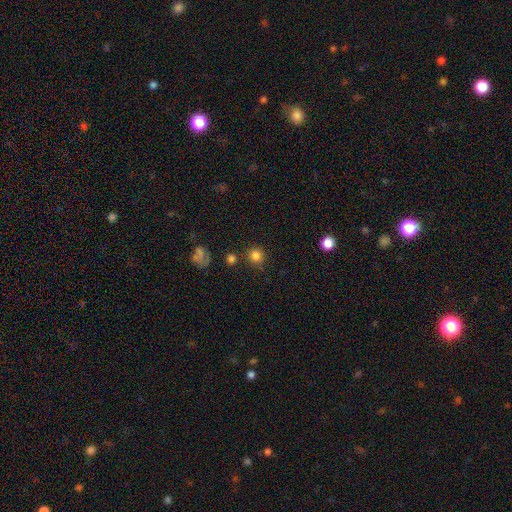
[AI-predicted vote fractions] smooth-or-featured: smooth: 81% | star or artifact: 14% | featured or disk: 5%
  how-rounded: round: 92% | in between: 7% | cigar-shaped: 1%
  merging: none: 79% | minor disturbance: 10% | merger: 6% | major disturbance: 4%